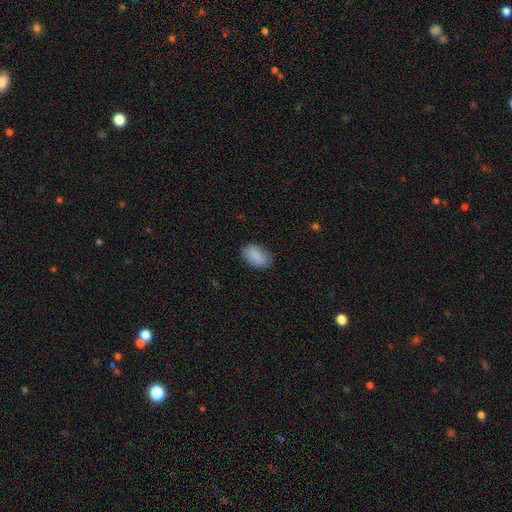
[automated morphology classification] A smooth galaxy with no disk features (87%) that is in between round and cigar-shaped (91%). Merging: none (79%).